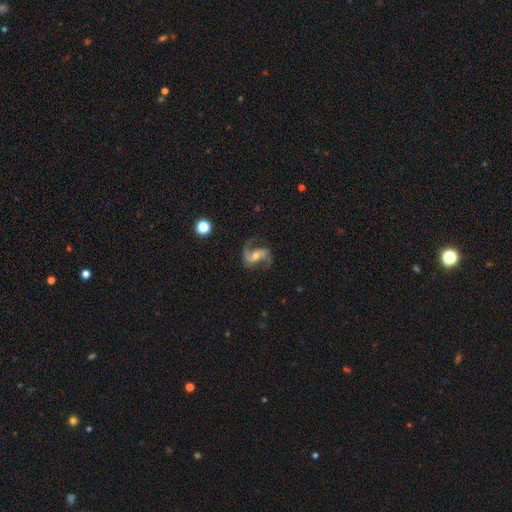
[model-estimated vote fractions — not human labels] Smooth or featured? Predicted: featured or disk (p=0.89). Edge-on disk? Predicted: no (p=0.98). Bar? Predicted: weak (p=0.40). Spiral arms? Predicted: yes (p=0.98). Spiral winding? Predicted: medium (p=0.47). Spiral arm count? Predicted: 2 (p=0.92). Bulge size? Predicted: moderate (p=0.58). Merging? Predicted: none (p=0.76).